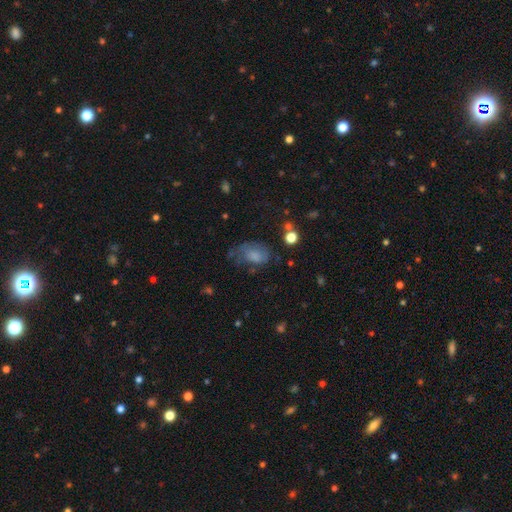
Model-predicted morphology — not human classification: Overall: smooth (54%; featured or disk 29%). How rounded: in between (82%). Merging: none (49%; minor disturbance 28%).